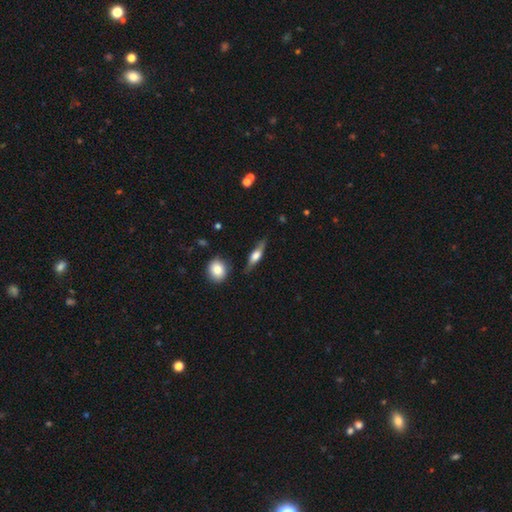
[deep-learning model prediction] Q: Smooth or featured?
A: featured or disk (54%); runner-up: smooth (40%)
Q: Edge-on disk?
A: yes (90%); runner-up: no (10%)
Q: Merging?
A: none (78%); runner-up: minor disturbance (15%)